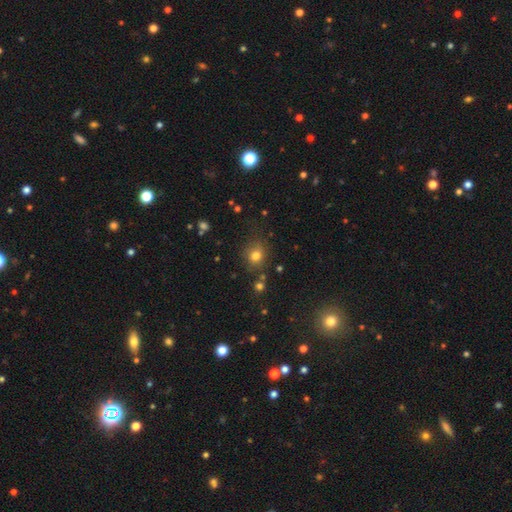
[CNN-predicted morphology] smooth-or-featured: smooth: 77% | star or artifact: 15% | featured or disk: 7%
  how-rounded: round: 74% | in between: 25% | cigar-shaped: 1%
  merging: none: 76% | minor disturbance: 14% | merger: 5% | major disturbance: 5%